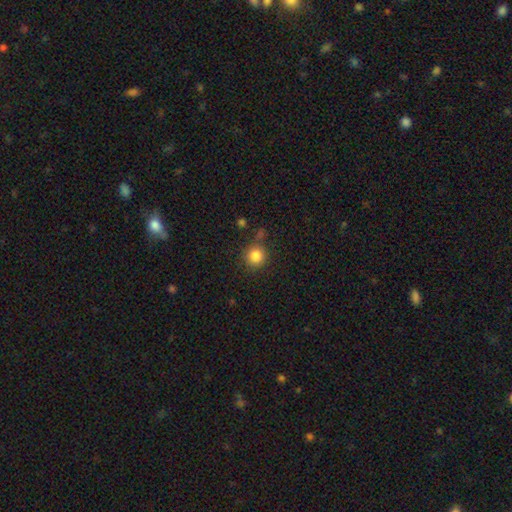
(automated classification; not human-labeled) The model was most divided on "merging": none: 76%, minor disturbance: 13%, merger: 7%, major disturbance: 5%. More confident: how rounded — round (93%); smooth or featured — smooth (84%).